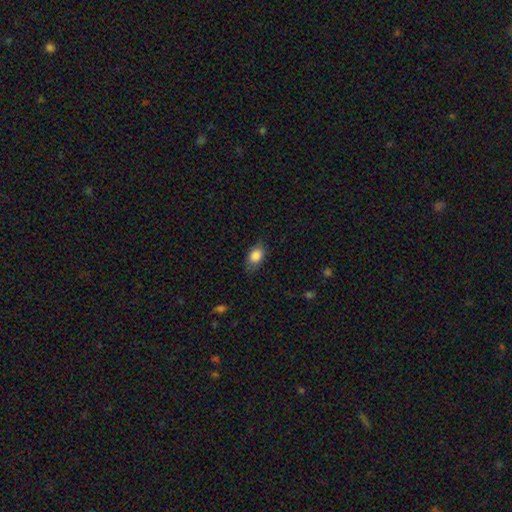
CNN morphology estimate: Smooth or featured? smooth (82%)
How rounded? in between (85%)
Merging? none (71%)